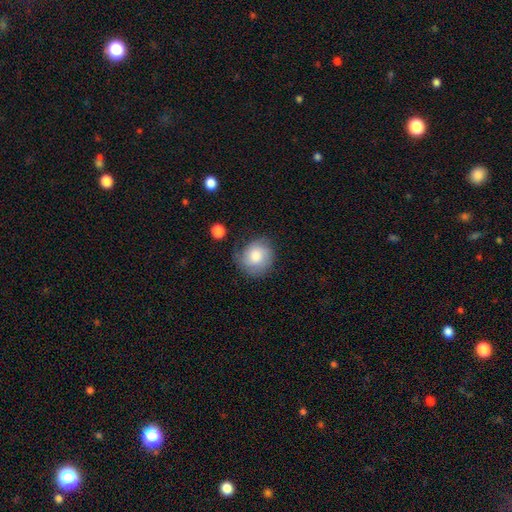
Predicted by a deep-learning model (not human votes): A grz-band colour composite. It shows a smooth galaxy with no disk features (70%) that is round (84%). Merging: none (67%).